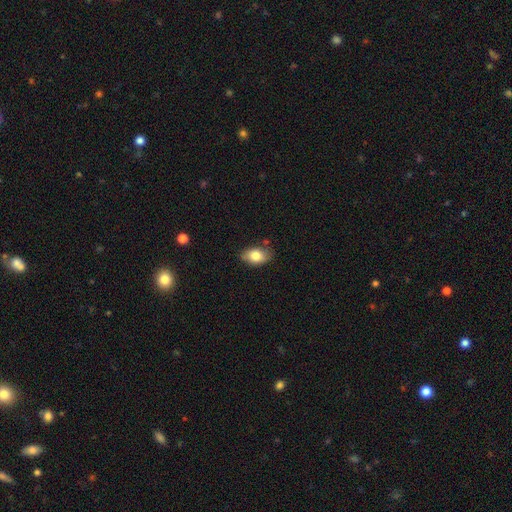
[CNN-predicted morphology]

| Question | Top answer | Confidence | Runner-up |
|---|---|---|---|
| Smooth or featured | smooth | 80% | featured or disk (12%) |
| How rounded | in between | 87% | round (11%) |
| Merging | none | 78% | minor disturbance (17%) |